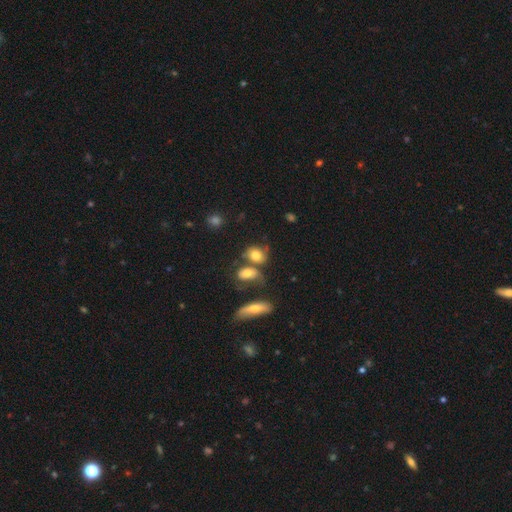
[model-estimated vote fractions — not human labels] Q: Smooth or featured?
A: smooth (69%); runner-up: featured or disk (21%)
Q: How rounded?
A: in between (63%); runner-up: round (34%)
Q: Merging?
A: merger (38%); runner-up: none (37%)